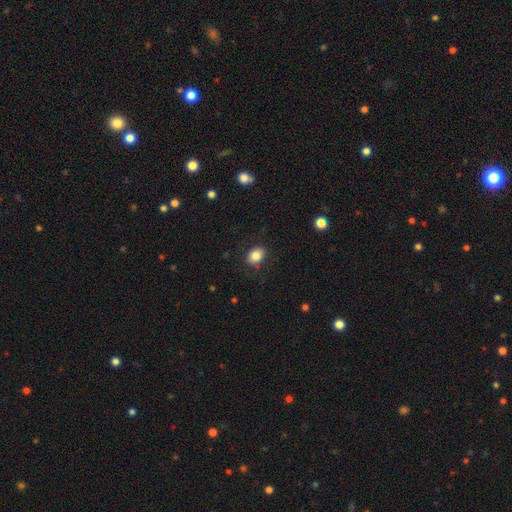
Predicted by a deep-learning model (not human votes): Smooth or featured? smooth (83%)
How rounded? in between (57%)
Merging? none (83%)